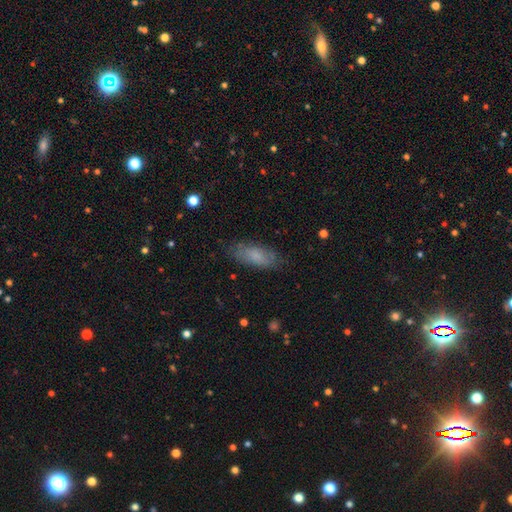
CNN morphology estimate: Smooth or featured?
  - smooth: 73% *
  - featured or disk: 19%
  - star or artifact: 8%
How rounded?
  - in between: 77% *
  - cigar-shaped: 21%
  - round: 2%
Merging?
  - none: 79% *
  - minor disturbance: 16%
  - major disturbance: 4%
  - merger: 1%